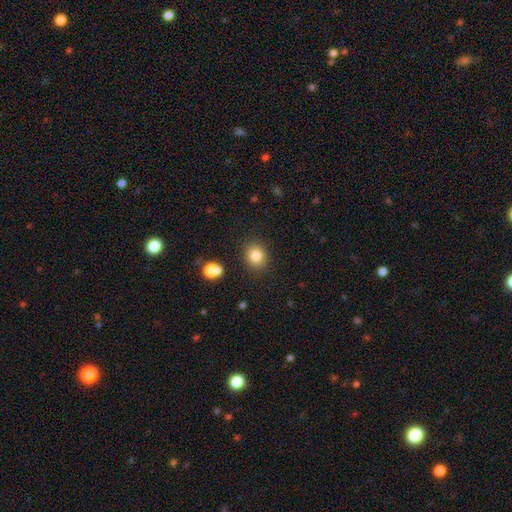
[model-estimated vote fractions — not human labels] Smooth or featured? smooth (82%)
How rounded? round (71%)
Merging? none (86%)